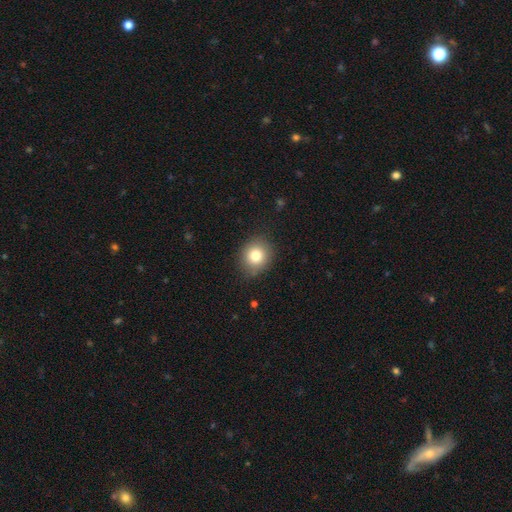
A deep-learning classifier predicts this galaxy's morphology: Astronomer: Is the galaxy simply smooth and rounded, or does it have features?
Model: smooth — 79%.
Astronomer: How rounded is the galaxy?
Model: round — 79%.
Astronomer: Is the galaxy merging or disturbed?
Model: none — 86%.